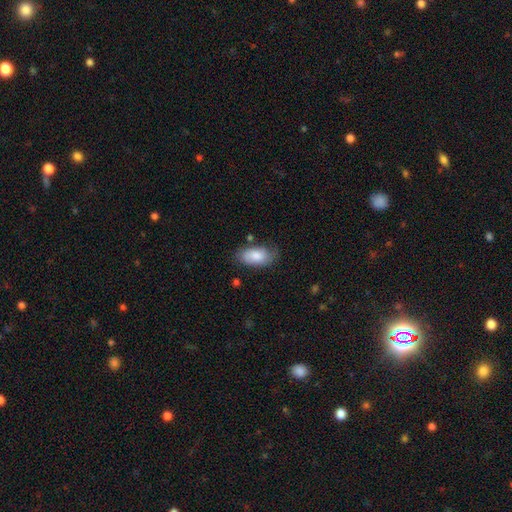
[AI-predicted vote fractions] Smooth or featured? smooth (78%)
How rounded? in between (93%)
Merging? none (66%)